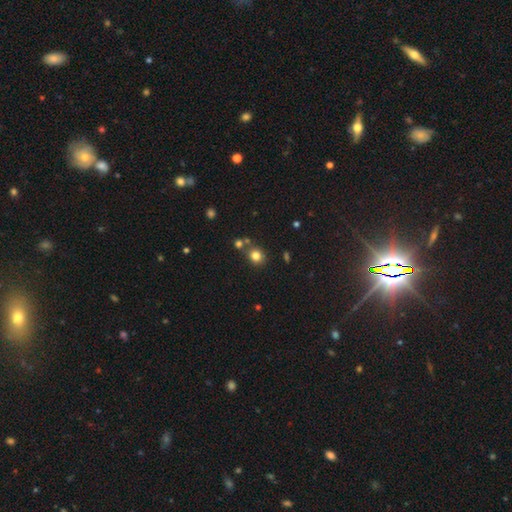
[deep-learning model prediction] smooth-or-featured: smooth: 80% | star or artifact: 13% | featured or disk: 6%
  how-rounded: round: 78% | in between: 21% | cigar-shaped: 1%
  merging: none: 72% | merger: 14% | minor disturbance: 10% | major disturbance: 3%